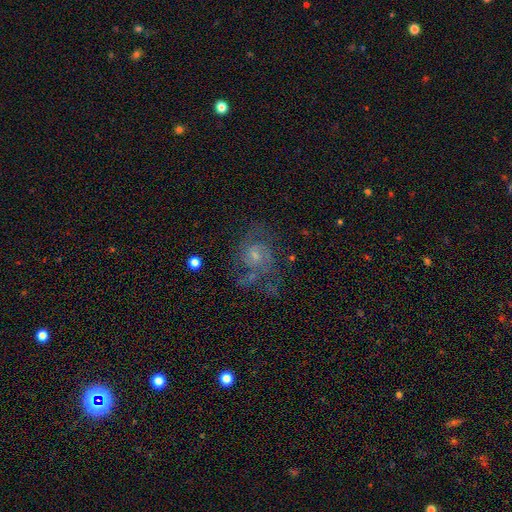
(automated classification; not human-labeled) smooth-or-featured: featured or disk: 70% | smooth: 20% | star or artifact: 11%
  disk-edge-on: no: 98% | yes: 2%
    bar: no: 56% | weak: 38% | strong: 5%
    has-spiral-arms: yes: 85% | no: 15%
      spiral-winding: medium: 50% | tight: 29% | loose: 21%
      spiral-arm-count: 2: 52% | can't tell: 25% | 3: 10% | 1: 6% | 4: 4% | more than 4: 3%
    bulge-size: small: 54% | moderate: 30% | none: 12% | large: 3% | dominant: 1%
  merging: none: 50% | major disturbance: 23% | minor disturbance: 20% | merger: 7%